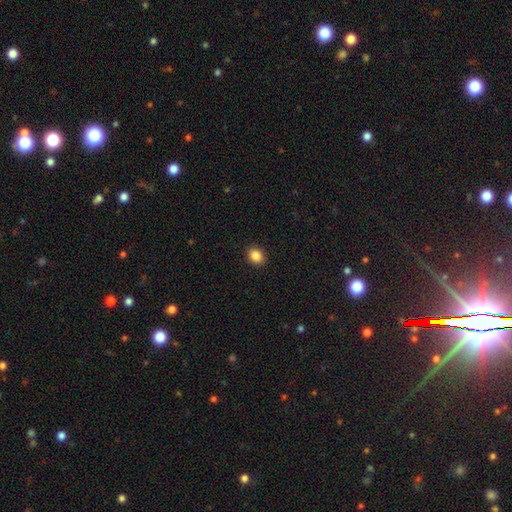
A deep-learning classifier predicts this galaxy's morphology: Smooth or featured? smooth (87%)
How rounded? round (55%)
Merging? none (91%)